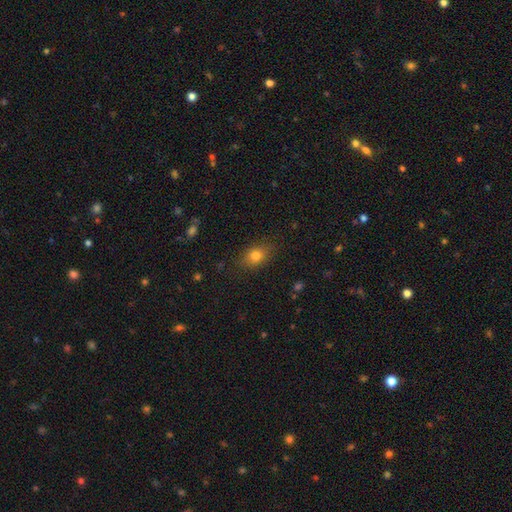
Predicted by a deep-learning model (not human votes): Q: Smooth or featured?
A: smooth (79%); runner-up: star or artifact (11%)
Q: How rounded?
A: in between (70%); runner-up: round (28%)
Q: Merging?
A: none (83%); runner-up: minor disturbance (12%)